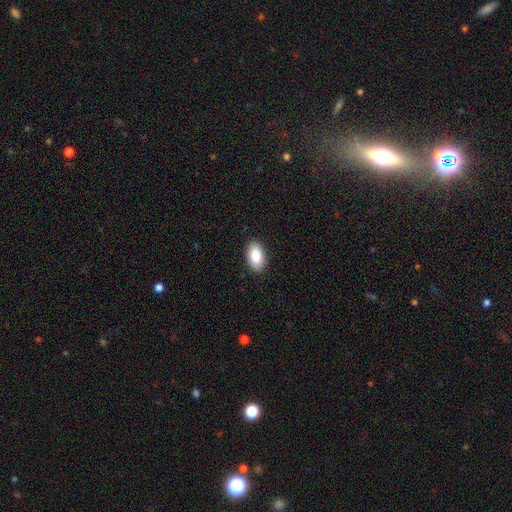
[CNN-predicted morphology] Q: Smooth or featured?
A: smooth (87%); runner-up: featured or disk (7%)
Q: How rounded?
A: in between (95%); runner-up: round (4%)
Q: Merging?
A: none (89%); runner-up: minor disturbance (8%)